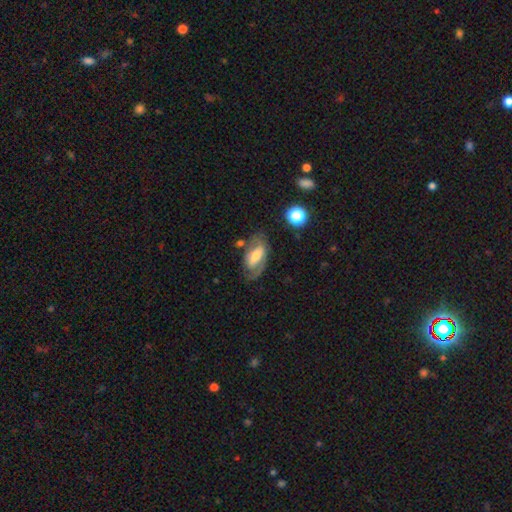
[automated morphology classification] type=featured or disk (61%); edge-on=no (91%); bar=strong (39%); spiral arms=yes (72%); bulge=moderate (46%); merging=none (63%).